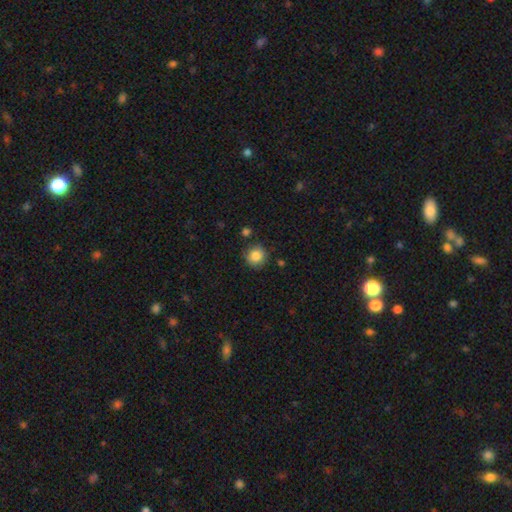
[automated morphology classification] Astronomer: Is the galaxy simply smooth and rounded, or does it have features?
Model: smooth — 84%.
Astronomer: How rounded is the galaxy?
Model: round — 94%.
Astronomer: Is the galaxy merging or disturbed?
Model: none — 87%.